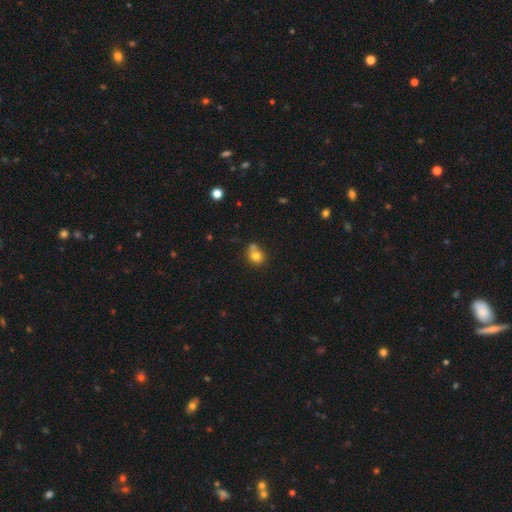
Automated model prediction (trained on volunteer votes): Smooth or featured? smooth (77%)
How rounded? round (77%)
Merging? none (48%)